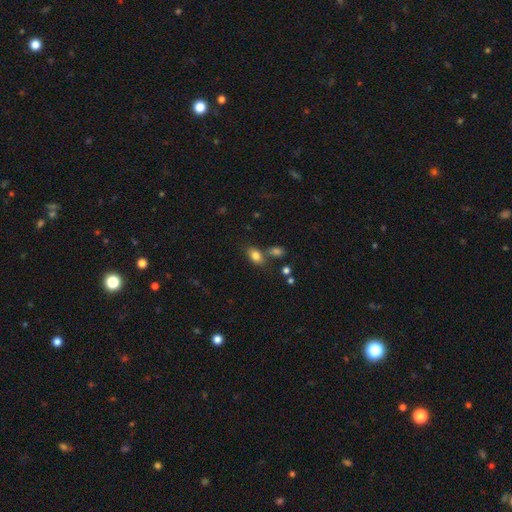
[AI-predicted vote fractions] The model was most divided on "merging": none: 60%, merger: 21%, minor disturbance: 14%, major disturbance: 5%. More confident: how rounded — in between (86%); smooth or featured — smooth (81%).